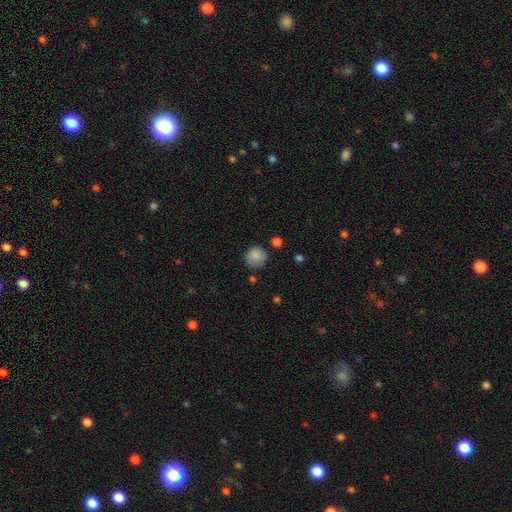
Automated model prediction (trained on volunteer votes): A smooth galaxy with no disk features (85%) that is round (90%).

Vote fractions:
- Smooth or featured? smooth: 85% / star or artifact: 9% / featured or disk: 6%
- How rounded? round: 90% / in between: 9% / cigar-shaped: 1%
- Merging? none: 74% / minor disturbance: 18% / major disturbance: 4% / merger: 3%